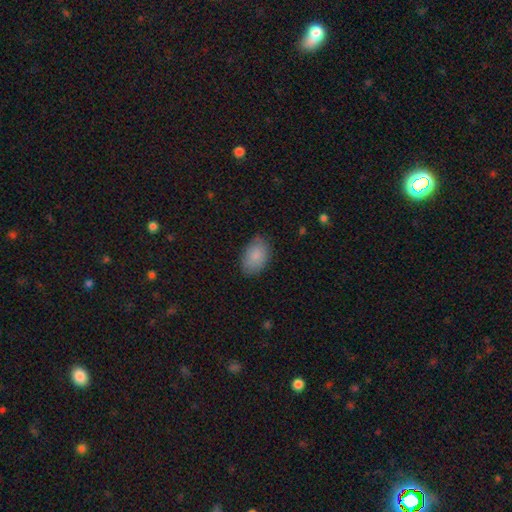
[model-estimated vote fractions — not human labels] Smooth or featured?
  - smooth: 87% *
  - star or artifact: 7%
  - featured or disk: 7%
How rounded?
  - in between: 89% *
  - round: 10%
  - cigar-shaped: 1%
Merging?
  - none: 81% *
  - minor disturbance: 15%
  - major disturbance: 3%
  - merger: 1%